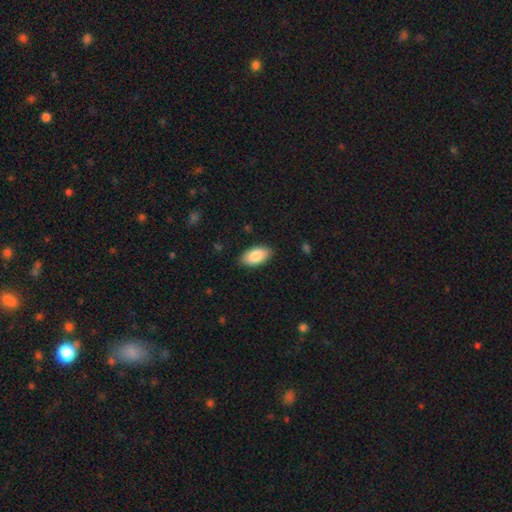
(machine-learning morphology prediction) Smooth or featured: smooth — 86% (featured or disk — 8%)
How rounded: in between — 95% (round — 3%)
Merging: none — 85% (minor disturbance — 12%)